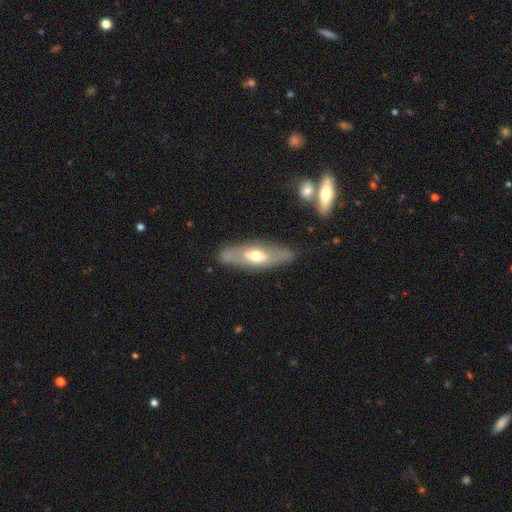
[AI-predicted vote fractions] smooth-or-featured: featured or disk: 54% | smooth: 40% | star or artifact: 6%
  disk-edge-on: no: 64% | yes: 36%
  merging: none: 81% | minor disturbance: 13% | major disturbance: 4% | merger: 2%